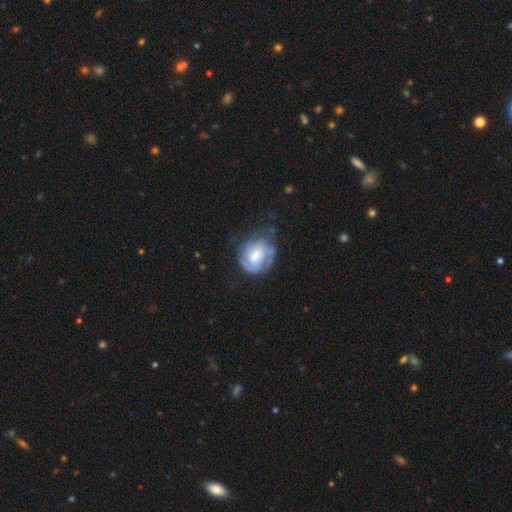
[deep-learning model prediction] Smooth or featured?
  - featured or disk: 58% *
  - smooth: 35%
  - star or artifact: 7%
Edge-on disk?
  - no: 97% *
  - yes: 3%
Bar?
  - no: 51% *
  - weak: 40%
  - strong: 9%
Spiral arms?
  - yes: 78% *
  - no: 22%
Bulge size?
  - moderate: 42% *
  - small: 27%
  - large: 19%
  - none: 9%
  - dominant: 2%
Merging?
  - none: 51% *
  - minor disturbance: 28%
  - major disturbance: 19%
  - merger: 2%